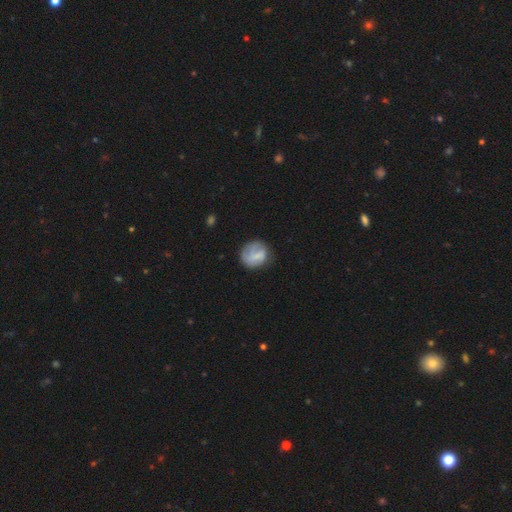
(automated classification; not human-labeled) The model was most divided on "smooth or featured": smooth: 61%, featured or disk: 32%, star or artifact: 7%. More confident: how rounded — round (77%); merging — none (62%).